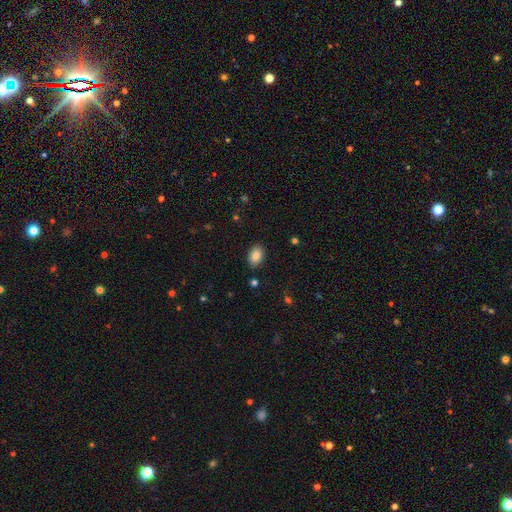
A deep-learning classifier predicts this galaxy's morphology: This appears to be a smooth galaxy with no disk features (86%) that is in between round and cigar-shaped (88%). Merging: none (88%).